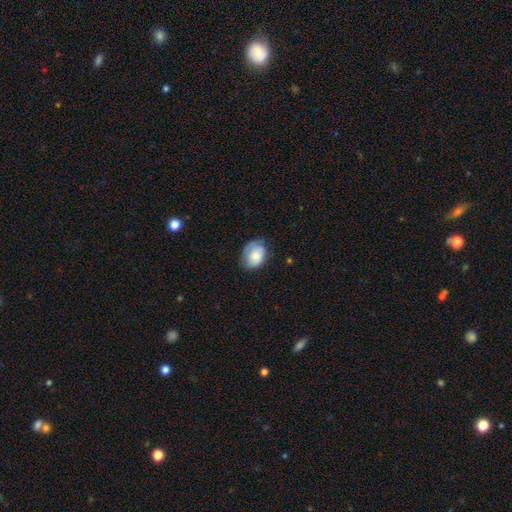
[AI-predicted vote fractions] This appears to be a smooth galaxy with no disk features (71%) that is in between round and cigar-shaped (67%). Merging: none (61%).